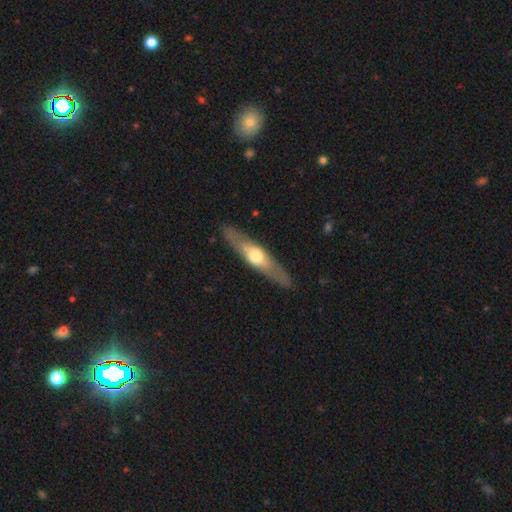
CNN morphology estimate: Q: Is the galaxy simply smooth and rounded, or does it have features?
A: featured or disk — 57%.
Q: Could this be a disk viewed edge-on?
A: yes — 84%.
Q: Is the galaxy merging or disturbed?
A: none — 88%.